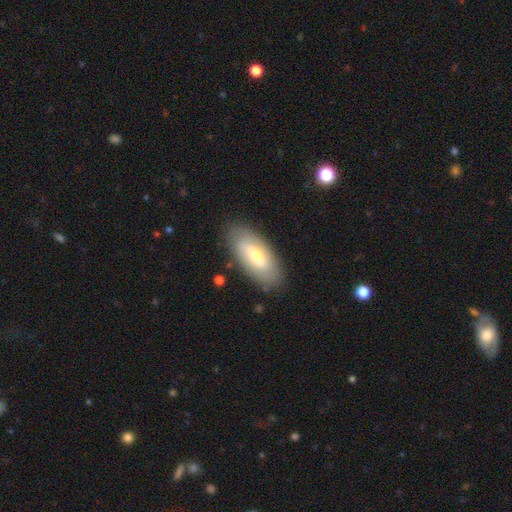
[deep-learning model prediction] smooth-or-featured: smooth: 56% | featured or disk: 37% | star or artifact: 6%
  how-rounded: in between: 87% | cigar-shaped: 11% | round: 2%
  merging: none: 84% | minor disturbance: 11% | major disturbance: 3% | merger: 1%